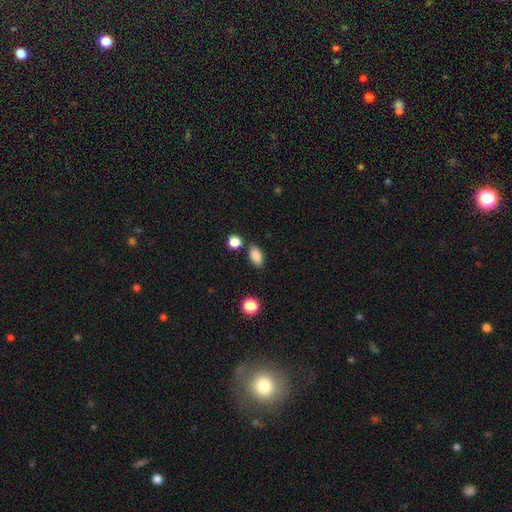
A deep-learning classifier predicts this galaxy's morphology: Overall: smooth (86%). How rounded: in between (89%). Merging: none (81%).